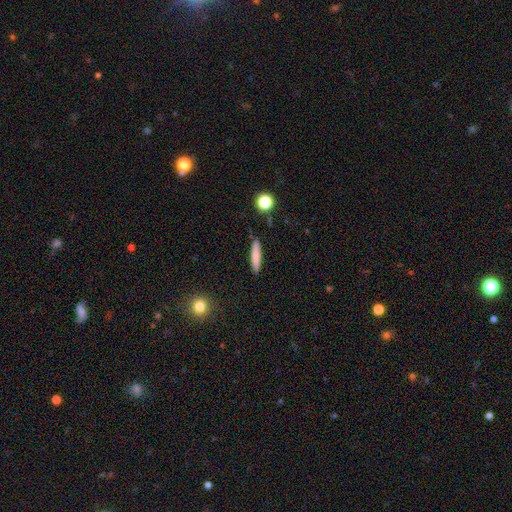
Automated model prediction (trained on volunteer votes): Smooth or featured? Predicted: smooth (p=0.78). How rounded? Predicted: cigar-shaped (p=0.88). Merging? Predicted: none (p=0.88).